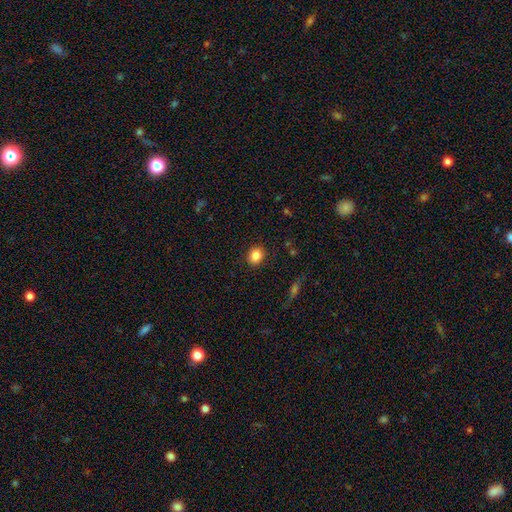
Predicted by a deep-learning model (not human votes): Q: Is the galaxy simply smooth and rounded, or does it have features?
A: smooth — 85%.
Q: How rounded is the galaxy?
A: round — 68%.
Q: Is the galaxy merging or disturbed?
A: none — 89%.